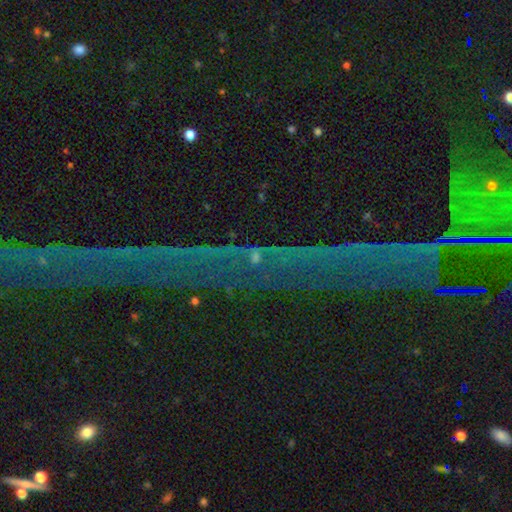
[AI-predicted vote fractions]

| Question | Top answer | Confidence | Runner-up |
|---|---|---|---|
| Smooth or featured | star or artifact | 77% | featured or disk (13%) |